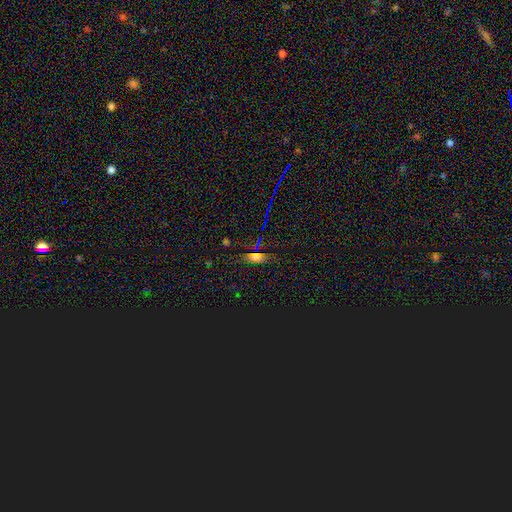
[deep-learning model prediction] Overall: smooth (52%; star or artifact 33%). How rounded: in between (73%). Merging: none (77%).